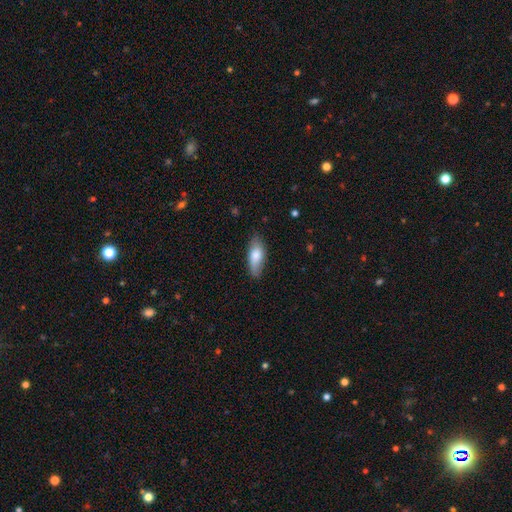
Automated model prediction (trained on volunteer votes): A smooth galaxy with no disk features (78%) that is in between round and cigar-shaped (74%). Merging: none (78%).